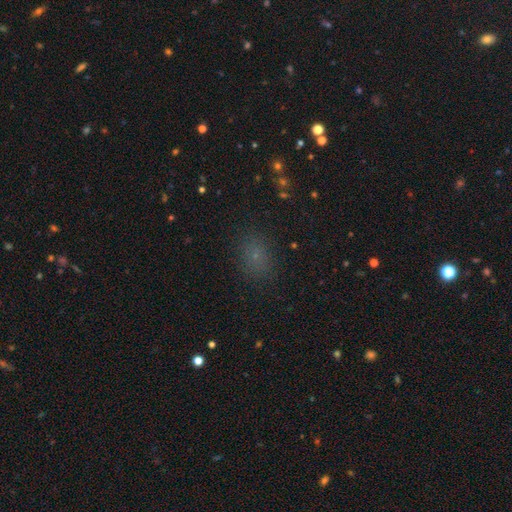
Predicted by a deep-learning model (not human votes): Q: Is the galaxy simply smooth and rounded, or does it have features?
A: smooth — 66%.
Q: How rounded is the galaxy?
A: in between — 51%.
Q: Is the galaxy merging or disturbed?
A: none — 84%.